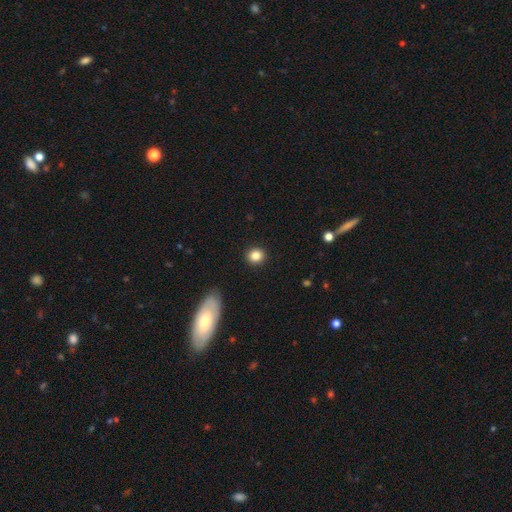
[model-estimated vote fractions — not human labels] A smooth galaxy with no disk features (85%) that is round (87%).

Vote fractions:
- Smooth or featured? smooth: 85% / star or artifact: 10% / featured or disk: 5%
- How rounded? round: 87% / in between: 12% / cigar-shaped: 1%
- Merging? none: 92% / minor disturbance: 5% / major disturbance: 2% / merger: 1%